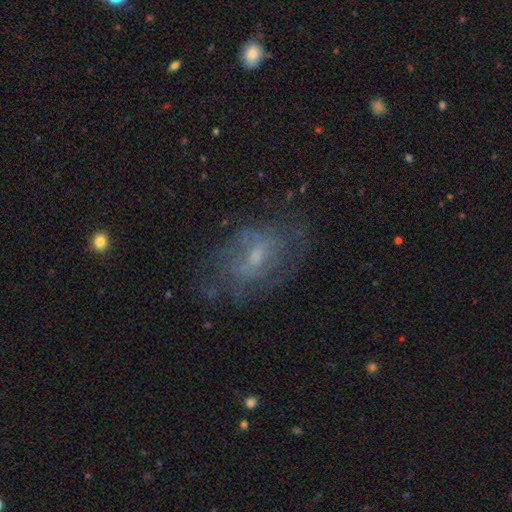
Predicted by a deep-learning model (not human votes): This is likely a featured or disk galaxy (61%). It is clearly not viewed edge-on (95%). Bar: possibly weak (46%). Spiral arm pattern: possibly yes (57%). Central bulge: possibly small (48%). Merging: possibly none (59%).